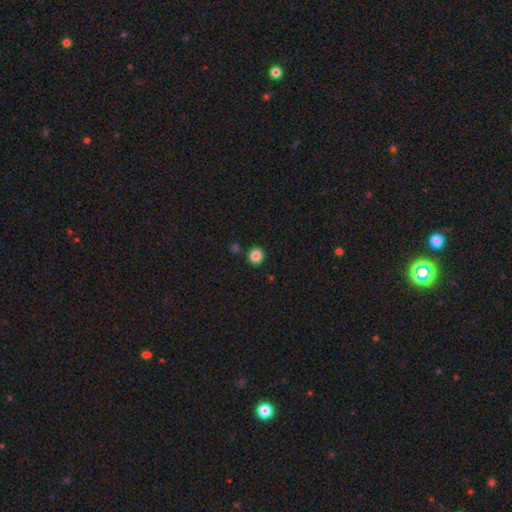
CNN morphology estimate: smooth-or-featured: smooth: 85% | star or artifact: 10% | featured or disk: 4%
  how-rounded: round: 90% | in between: 9% | cigar-shaped: 1%
  merging: none: 89% | minor disturbance: 6% | merger: 3% | major disturbance: 2%